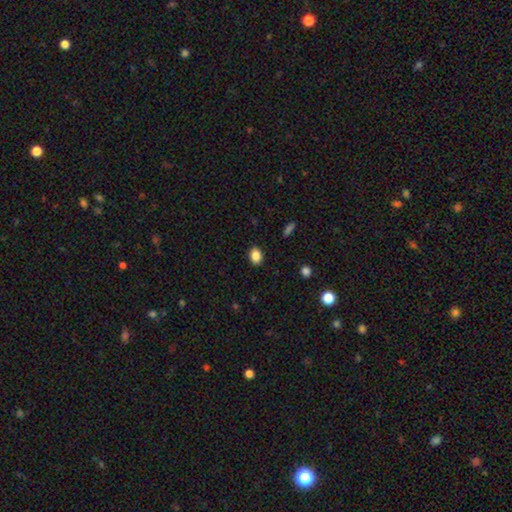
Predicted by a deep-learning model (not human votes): Smooth or featured? Predicted: smooth (p=0.86). How rounded? Predicted: in between (p=0.72). Merging? Predicted: none (p=0.88).